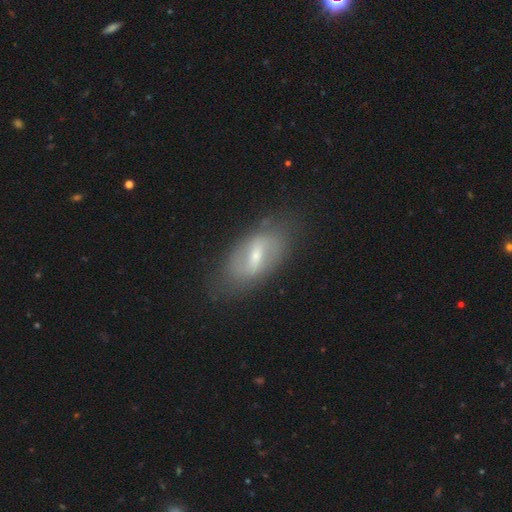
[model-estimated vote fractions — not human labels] Q: Smooth or featured?
A: featured or disk (63%); runner-up: smooth (30%)
Q: Edge-on disk?
A: no (90%); runner-up: yes (10%)
Q: Bar?
A: weak (49%); runner-up: strong (39%)
Q: Spiral arms?
A: yes (57%); runner-up: no (43%)
Q: Bulge size?
A: moderate (46%); runner-up: small (45%)
Q: Merging?
A: none (75%); runner-up: minor disturbance (17%)